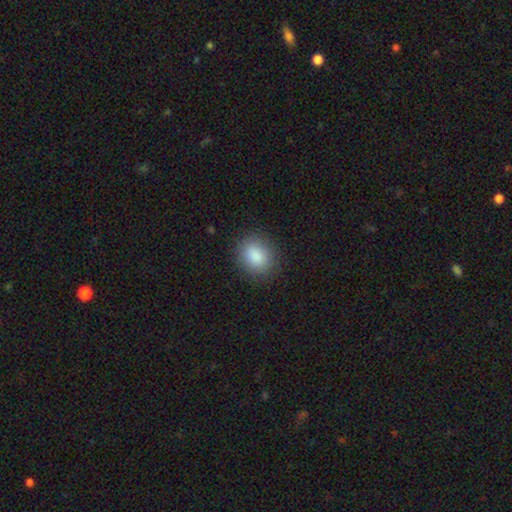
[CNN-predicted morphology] Overall: smooth (87%). How rounded: round (57%; in between 42%). Merging: none (85%).